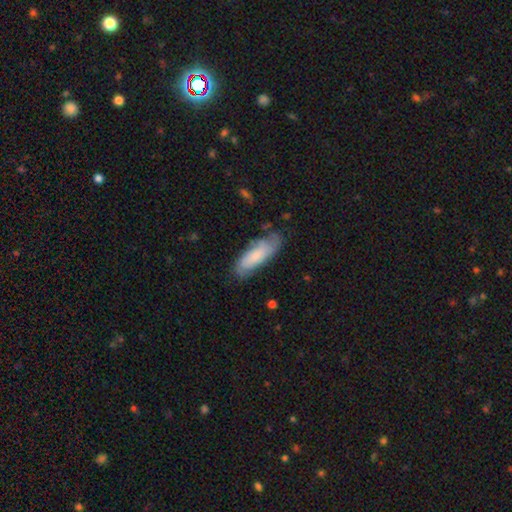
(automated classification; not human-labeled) Smooth or featured? Predicted: smooth (p=0.61). How rounded? Predicted: in between (p=0.62). Merging? Predicted: none (p=0.64).